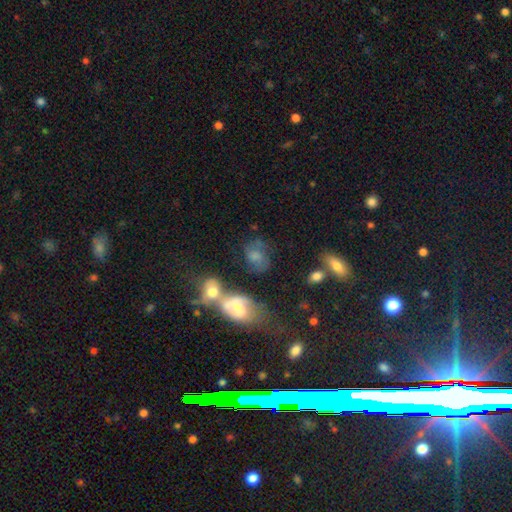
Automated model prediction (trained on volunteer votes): Smooth or featured?
  - smooth: 53% *
  - featured or disk: 33%
  - star or artifact: 14%
How rounded?
  - in between: 65% *
  - round: 33%
  - cigar-shaped: 2%
Merging?
  - none: 39% *
  - merger: 25%
  - minor disturbance: 20%
  - major disturbance: 16%